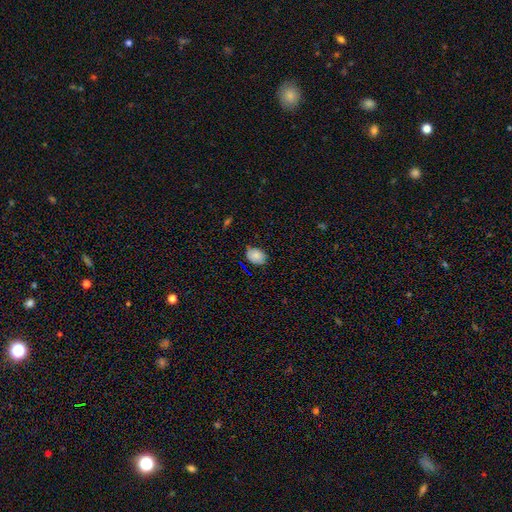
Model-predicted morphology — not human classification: Smooth or featured? smooth (79%)
How rounded? in between (65%)
Merging? none (72%)